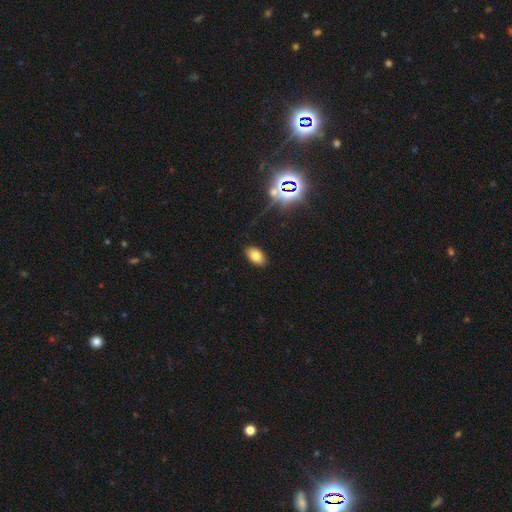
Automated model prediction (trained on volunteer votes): Smooth or featured?
  - smooth: 77% *
  - star or artifact: 14%
  - featured or disk: 9%
How rounded?
  - in between: 93% *
  - round: 6%
  - cigar-shaped: 2%
Merging?
  - none: 88% *
  - minor disturbance: 9%
  - major disturbance: 2%
  - merger: 1%